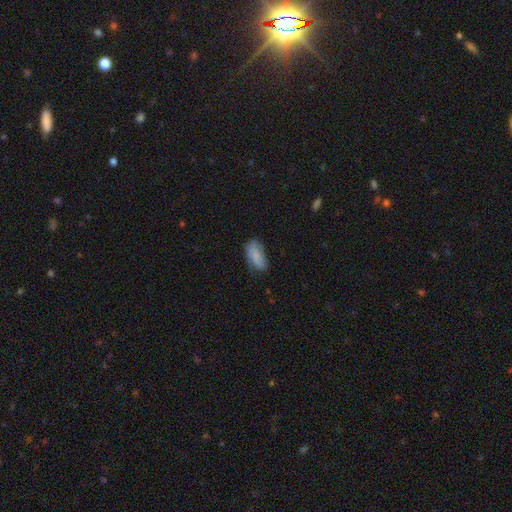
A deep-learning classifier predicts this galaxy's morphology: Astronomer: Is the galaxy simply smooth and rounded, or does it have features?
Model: smooth — 77%.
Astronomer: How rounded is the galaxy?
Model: in between — 90%.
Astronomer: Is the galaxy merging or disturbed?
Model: none — 59%.